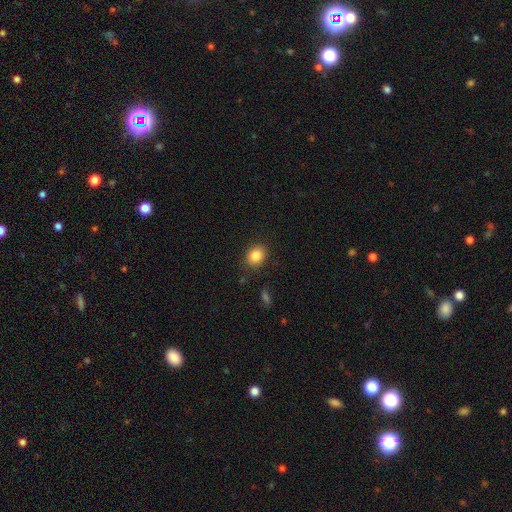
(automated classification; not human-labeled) A smooth galaxy with no disk features (85%) that is round (58%).

Vote fractions:
- Smooth or featured? smooth: 85% / star or artifact: 10% / featured or disk: 5%
- How rounded? round: 58% / in between: 41% / cigar-shaped: 1%
- Merging? none: 86% / minor disturbance: 9% / major disturbance: 3% / merger: 2%